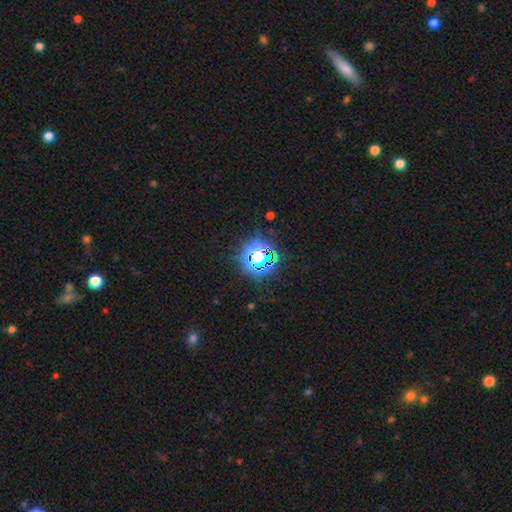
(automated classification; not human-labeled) Overall: star or artifact (71%).